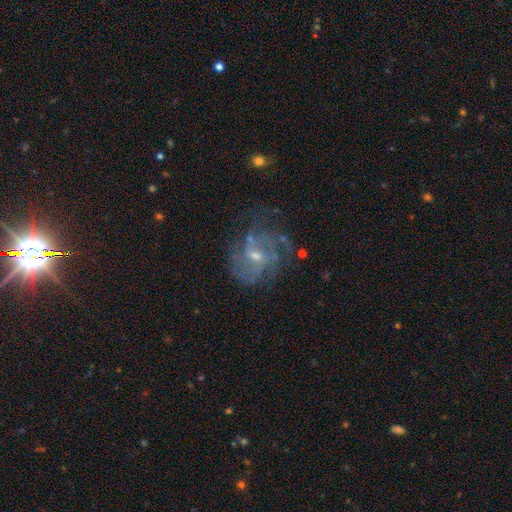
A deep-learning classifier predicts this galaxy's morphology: This is likely a featured or disk galaxy (76%). It is clearly not viewed edge-on (97%). Bar: possibly no (49%). Spiral arm pattern: clearly yes (83%). Spiral arm count: marginally can't tell (39%). Spiral winding: marginally medium (43%). Central bulge: possibly small (52%). Merging: possibly none (59%).